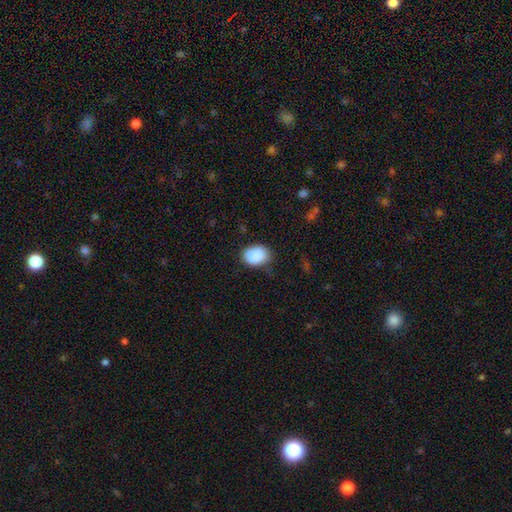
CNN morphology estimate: A smooth galaxy with no disk features (85%) that is in between round and cigar-shaped (68%).

Vote fractions:
- Smooth or featured? smooth: 85% / featured or disk: 8% / star or artifact: 7%
- How rounded? in between: 68% / round: 31% / cigar-shaped: 1%
- Merging? none: 67% / minor disturbance: 24% / major disturbance: 6% / merger: 3%